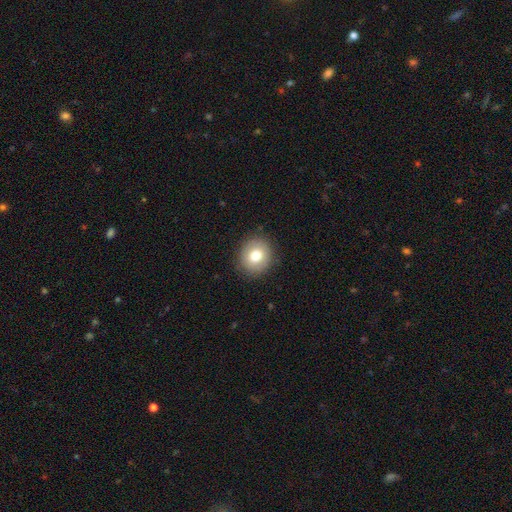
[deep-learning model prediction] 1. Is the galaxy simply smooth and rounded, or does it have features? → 77% smooth, 13% featured or disk, 9% star or artifact.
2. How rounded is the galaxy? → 81% round, 18% in between, 1% cigar-shaped.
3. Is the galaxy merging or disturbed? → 89% none, 8% minor disturbance, 2% major disturbance, 1% merger.